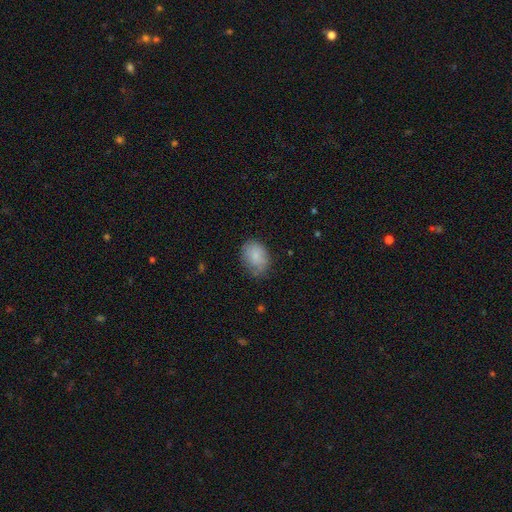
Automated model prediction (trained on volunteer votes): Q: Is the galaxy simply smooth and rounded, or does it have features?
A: smooth — 81%.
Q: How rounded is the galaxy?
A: in between — 65%.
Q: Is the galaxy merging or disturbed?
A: none — 64%.